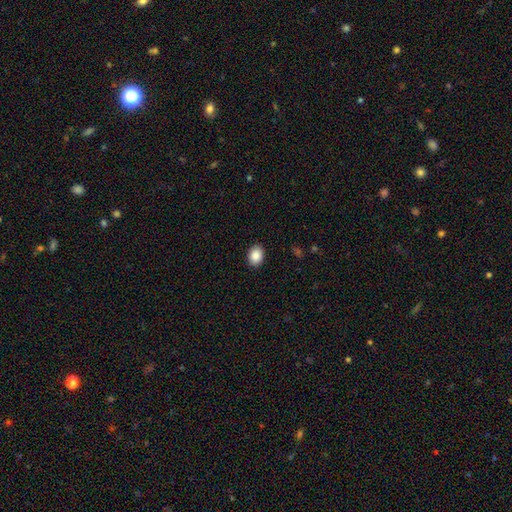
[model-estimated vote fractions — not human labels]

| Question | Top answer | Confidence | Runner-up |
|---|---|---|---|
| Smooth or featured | smooth | 88% | star or artifact (8%) |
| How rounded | in between | 64% | round (35%) |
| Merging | none | 91% | minor disturbance (7%) |